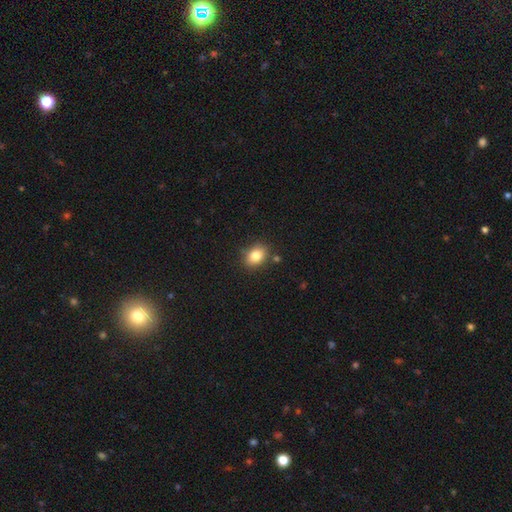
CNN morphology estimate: type=smooth (83%); roundness=in between (66%); merging=none (82%).